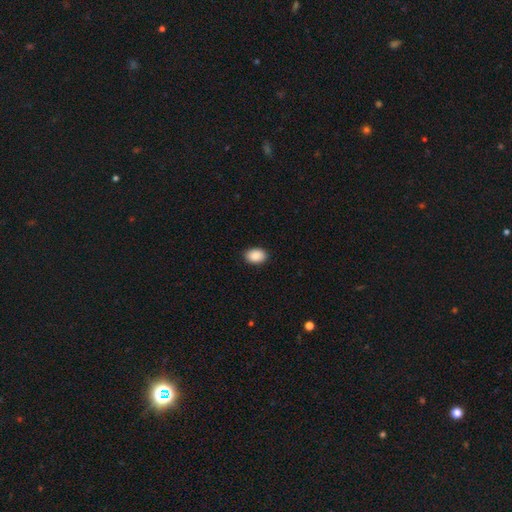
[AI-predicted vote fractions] Overall: smooth (89%). How rounded: in between (81%). Merging: none (90%).